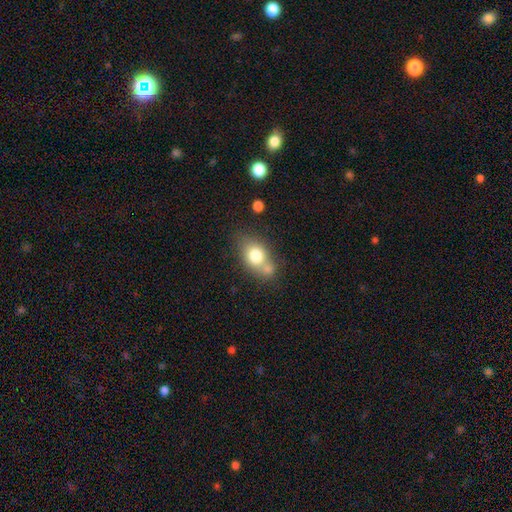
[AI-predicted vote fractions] Smooth or featured: smooth — 75% (featured or disk — 16%)
How rounded: in between — 70% (round — 28%)
Merging: none — 45% (merger — 33%)